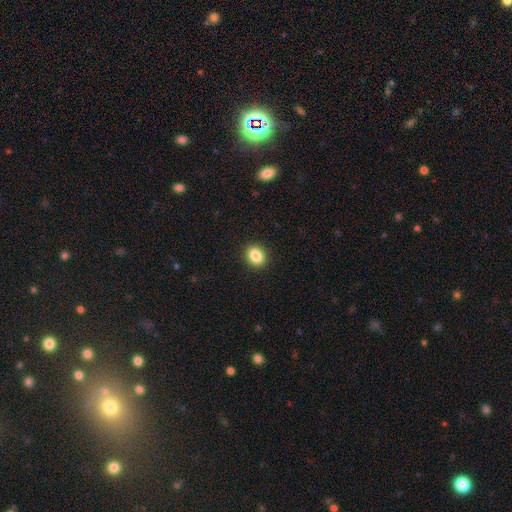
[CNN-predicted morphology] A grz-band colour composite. It shows a smooth galaxy with no disk features (85%) that is in between round and cigar-shaped (58%). Merging: none (91%).